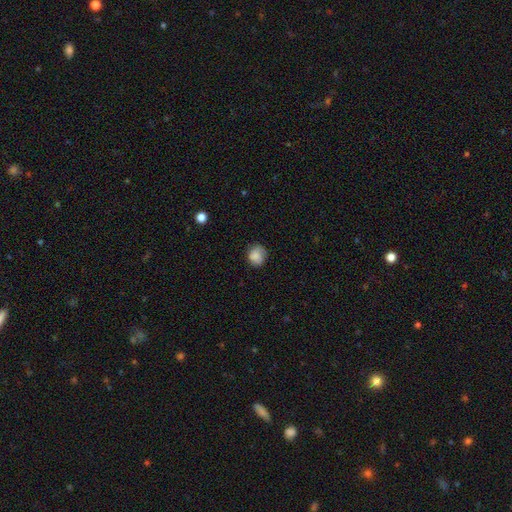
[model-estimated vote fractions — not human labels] The model was most divided on "merging": none: 74%, minor disturbance: 20%, major disturbance: 5%, merger: 1%. More confident: smooth or featured — smooth (85%); how rounded — round (79%).